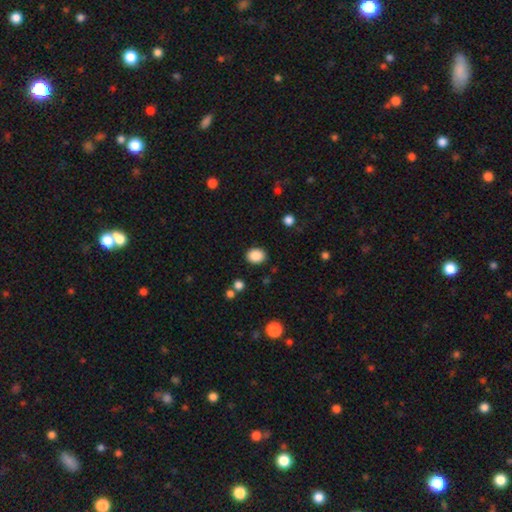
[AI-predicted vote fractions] Morphology: type=smooth (88%); roundness=round (53%); merging=none (87%).